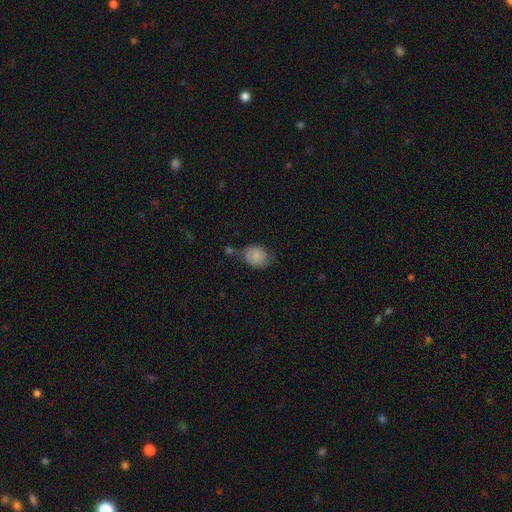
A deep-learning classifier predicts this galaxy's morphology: Smooth or featured?
  - smooth: 79% *
  - featured or disk: 13%
  - star or artifact: 8%
How rounded?
  - in between: 53% *
  - round: 46%
  - cigar-shaped: 1%
Merging?
  - none: 56% *
  - minor disturbance: 27%
  - merger: 8%
  - major disturbance: 8%